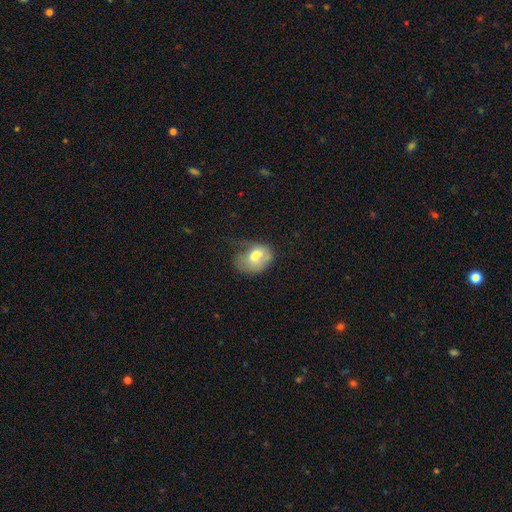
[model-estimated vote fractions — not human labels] A smooth galaxy with no disk features (70%) that is in between round and cigar-shaped (67%). Merging: major disturbance (36%).